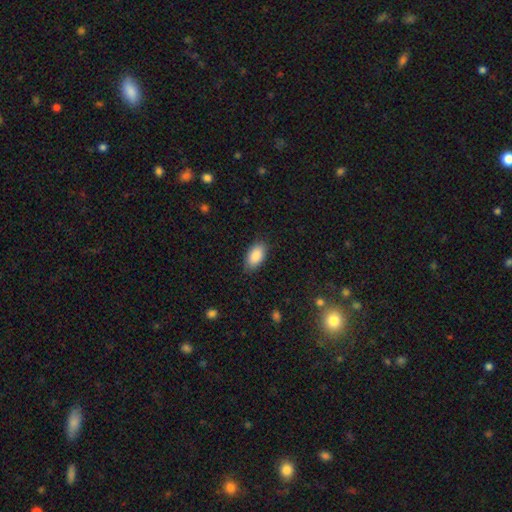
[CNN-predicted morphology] The model was most divided on "merging": none: 84%, minor disturbance: 12%, major disturbance: 3%, merger: 1%. More confident: how rounded — in between (94%); smooth or featured — smooth (89%).